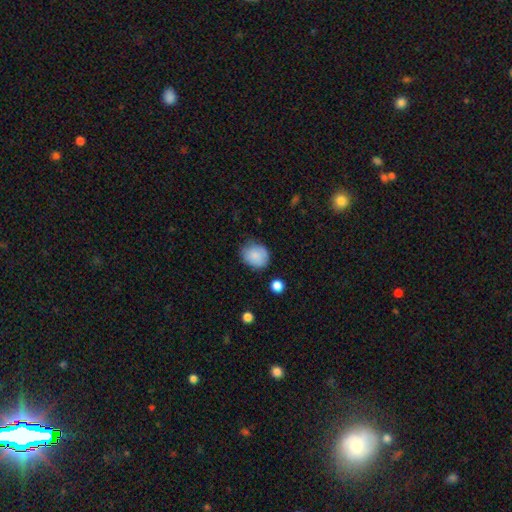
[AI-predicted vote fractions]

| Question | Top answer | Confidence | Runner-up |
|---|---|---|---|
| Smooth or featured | smooth | 84% | featured or disk (9%) |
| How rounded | round | 62% | in between (37%) |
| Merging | none | 73% | minor disturbance (21%) |